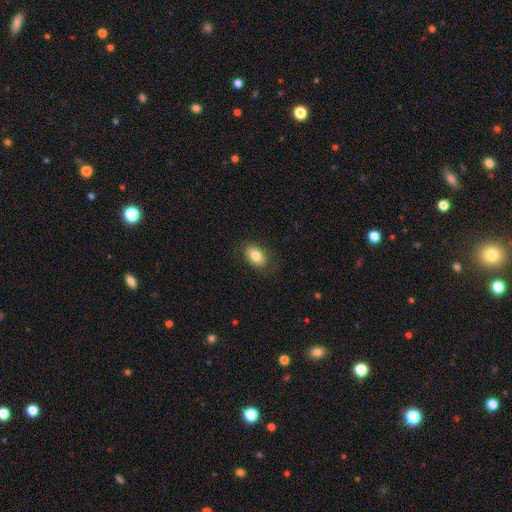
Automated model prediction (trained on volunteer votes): Smooth or featured? smooth (80%)
How rounded? in between (85%)
Merging? none (83%)